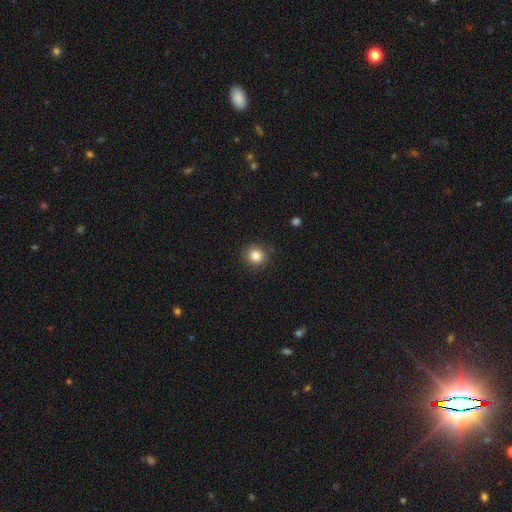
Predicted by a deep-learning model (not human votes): smooth 84%, star or artifact 11%, featured or disk 5%. Down the decision tree: how rounded — round (91%); merging — none (89%).